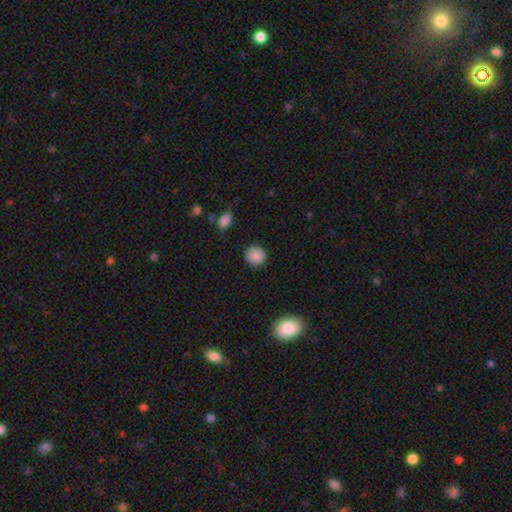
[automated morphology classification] A smooth galaxy with no disk features (88%) that is round (92%). Merging: none (89%).